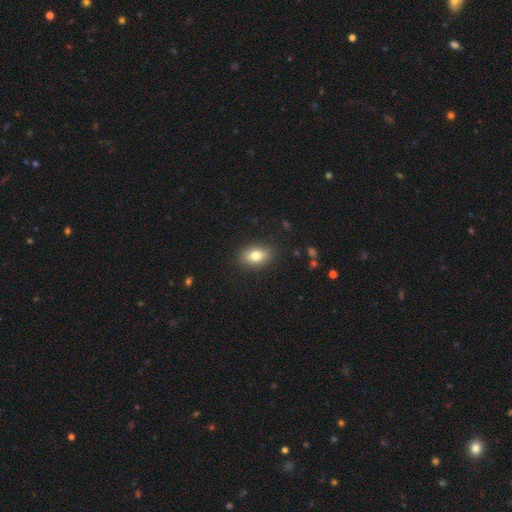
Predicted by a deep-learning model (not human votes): The model was most divided on "smooth or featured": smooth: 77%, featured or disk: 14%, star or artifact: 9%. More confident: merging — none (87%); how rounded — in between (80%).